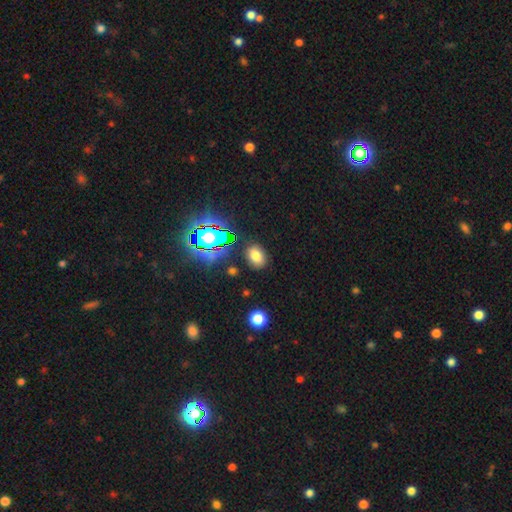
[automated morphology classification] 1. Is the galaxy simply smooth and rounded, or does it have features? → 71% smooth, 20% star or artifact, 9% featured or disk.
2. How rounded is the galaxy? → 77% in between, 22% round, 1% cigar-shaped.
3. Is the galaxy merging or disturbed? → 83% none, 10% minor disturbance, 3% major disturbance, 3% merger.